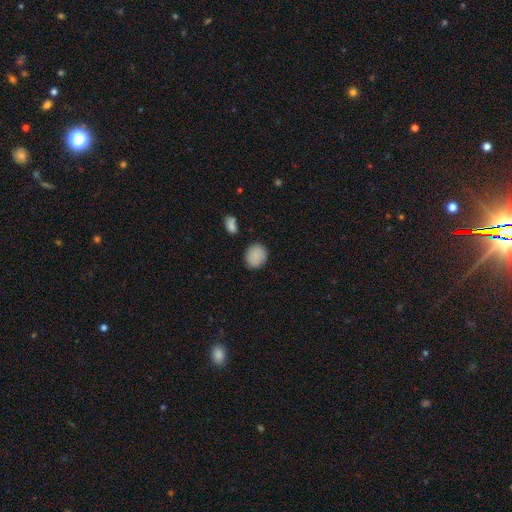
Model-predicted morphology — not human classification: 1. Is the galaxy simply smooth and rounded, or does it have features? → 86% smooth, 8% star or artifact, 6% featured or disk.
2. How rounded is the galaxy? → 70% round, 29% in between, 1% cigar-shaped.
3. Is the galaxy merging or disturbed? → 84% none, 11% minor disturbance, 3% major disturbance, 2% merger.